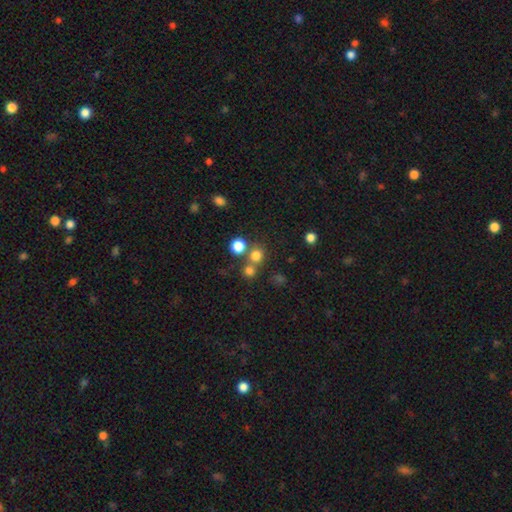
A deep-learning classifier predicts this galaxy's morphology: Q: Smooth or featured?
A: smooth (74%); runner-up: star or artifact (18%)
Q: How rounded?
A: round (88%); runner-up: in between (11%)
Q: Merging?
A: none (65%); runner-up: merger (25%)